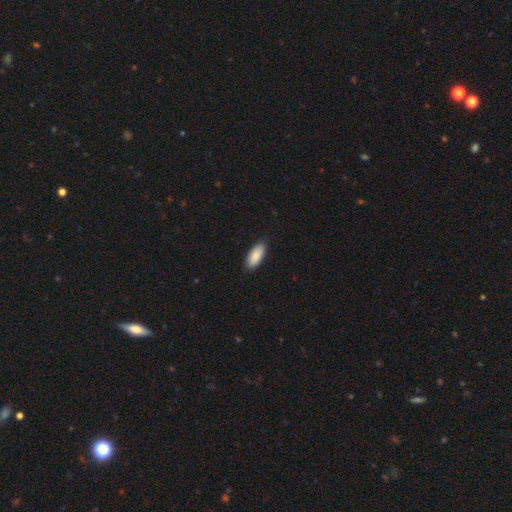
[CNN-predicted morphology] Smooth or featured? Predicted: smooth (p=0.89). How rounded? Predicted: in between (p=0.85). Merging? Predicted: none (p=0.89).